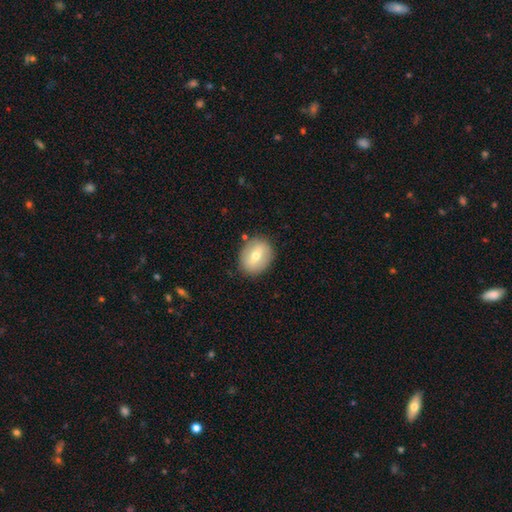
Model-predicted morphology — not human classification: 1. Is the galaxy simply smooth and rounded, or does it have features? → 56% smooth, 37% featured or disk, 7% star or artifact.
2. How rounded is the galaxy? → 52% round, 46% in between, 1% cigar-shaped.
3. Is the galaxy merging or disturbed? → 85% none, 10% minor disturbance, 3% major disturbance, 2% merger.